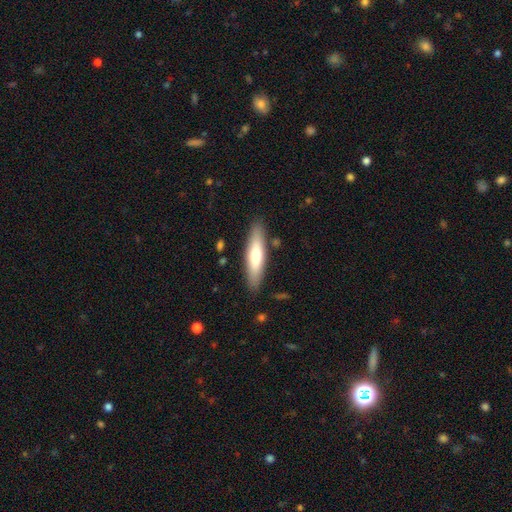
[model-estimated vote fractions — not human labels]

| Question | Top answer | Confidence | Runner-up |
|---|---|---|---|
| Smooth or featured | smooth | 64% | featured or disk (31%) |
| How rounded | cigar-shaped | 72% | in between (27%) |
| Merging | none | 86% | minor disturbance (10%) |